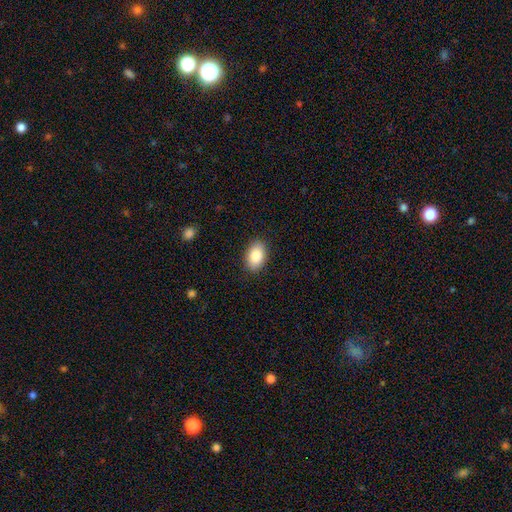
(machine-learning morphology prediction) Smooth or featured?
  - smooth: 86% *
  - star or artifact: 7%
  - featured or disk: 7%
How rounded?
  - in between: 90% *
  - round: 9%
  - cigar-shaped: 1%
Merging?
  - none: 88% *
  - minor disturbance: 9%
  - major disturbance: 2%
  - merger: 1%